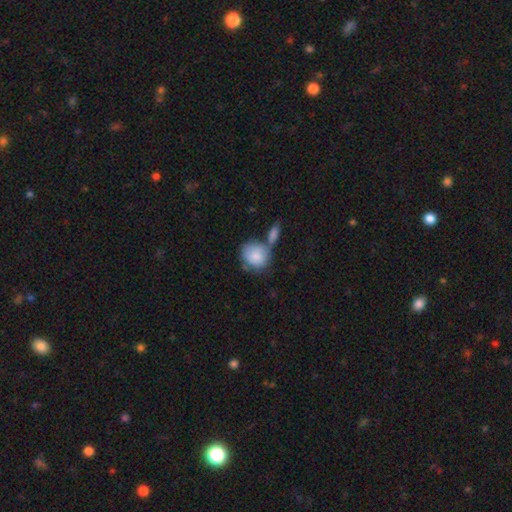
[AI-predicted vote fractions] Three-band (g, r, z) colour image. It shows a smooth galaxy with no disk features (82%) that is round (73%). Merging: merger (39%).